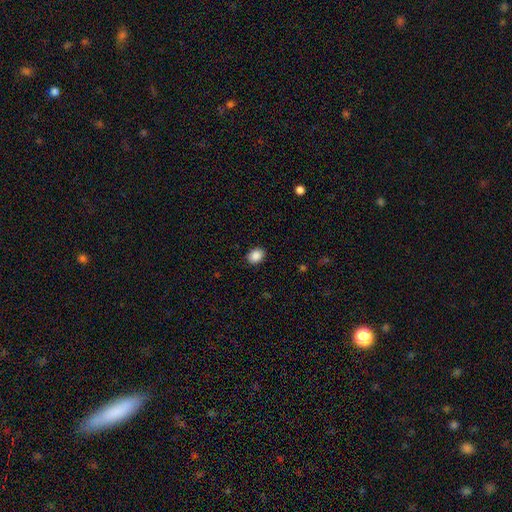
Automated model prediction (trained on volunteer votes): A smooth galaxy with no disk features (89%) that is in between round and cigar-shaped (65%). Merging: none (89%).